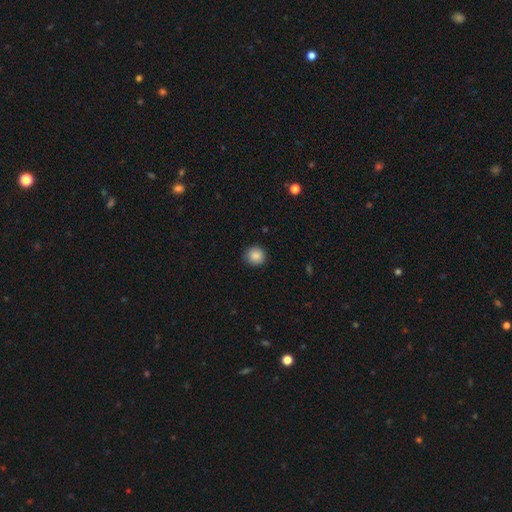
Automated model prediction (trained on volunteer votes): The model was most divided on "smooth or featured": smooth: 88%, star or artifact: 9%, featured or disk: 3%. More confident: how rounded — round (91%); merging — none (89%).